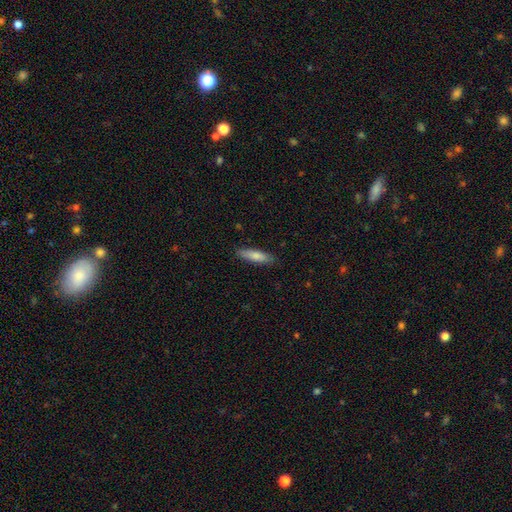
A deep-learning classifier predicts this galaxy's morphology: A smooth galaxy with no disk features (79%) that is cigar-shaped (67%). Merging: none (87%).